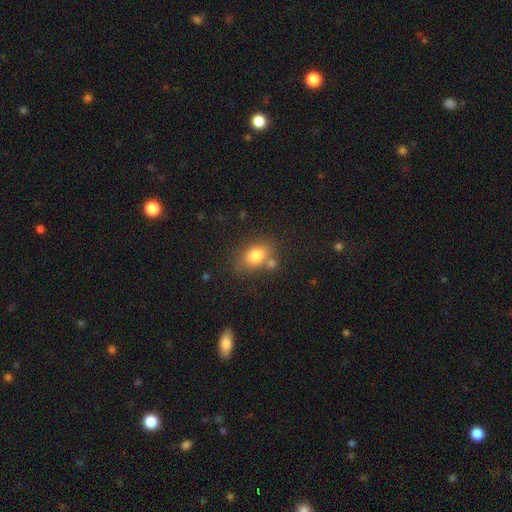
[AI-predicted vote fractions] This appears to be a smooth galaxy with no disk features (78%) that is in between round and cigar-shaped (73%). Merging: none (63%).